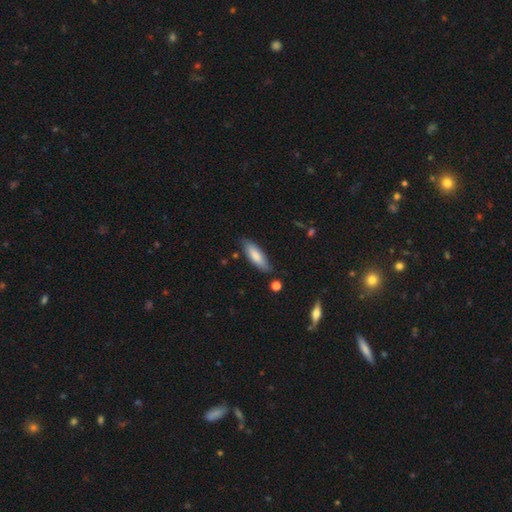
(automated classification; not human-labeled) This is likely a smooth galaxy (80%). How rounded: possibly in between (54%). Merging: clearly none (81%).